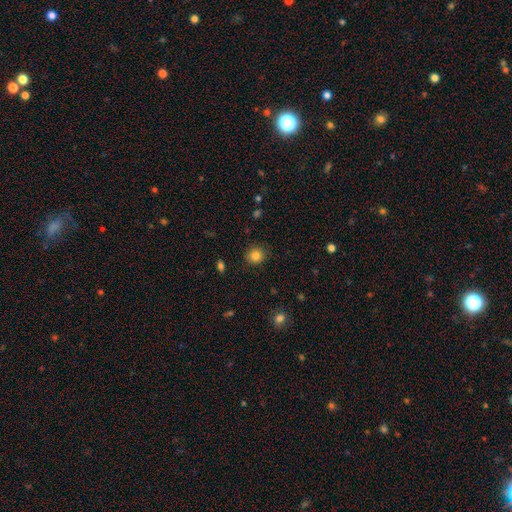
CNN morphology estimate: Smooth or featured: smooth — 83% (star or artifact — 11%)
How rounded: round — 88% (in between — 11%)
Merging: none — 89% (minor disturbance — 8%)